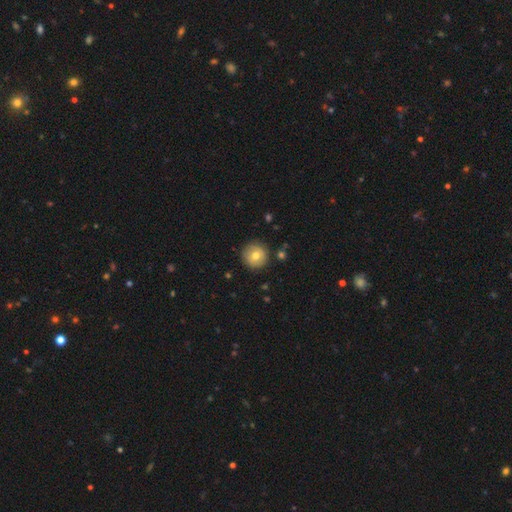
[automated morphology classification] A smooth galaxy with no disk features (70%) that is round (96%). Merging: none (88%).